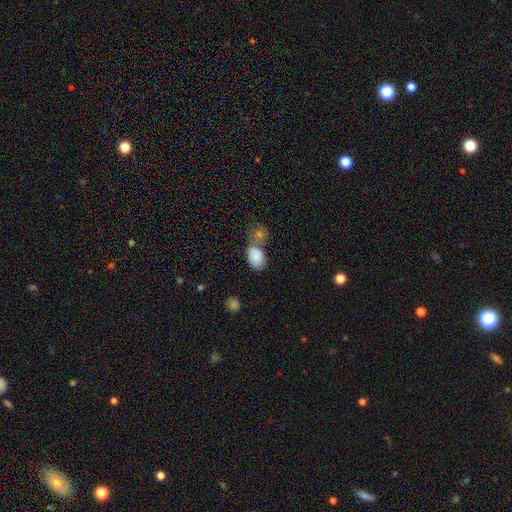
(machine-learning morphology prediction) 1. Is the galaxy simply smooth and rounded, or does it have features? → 84% smooth, 9% star or artifact, 8% featured or disk.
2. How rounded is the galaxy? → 86% in between, 13% round, 1% cigar-shaped.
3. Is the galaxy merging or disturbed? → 41% none, 35% merger, 17% minor disturbance, 8% major disturbance.